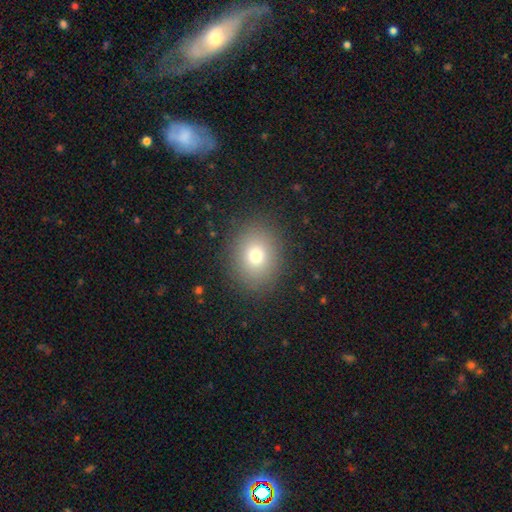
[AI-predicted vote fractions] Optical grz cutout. It shows a smooth galaxy with no disk features (76%) that is round (61%). Merging: none (88%).